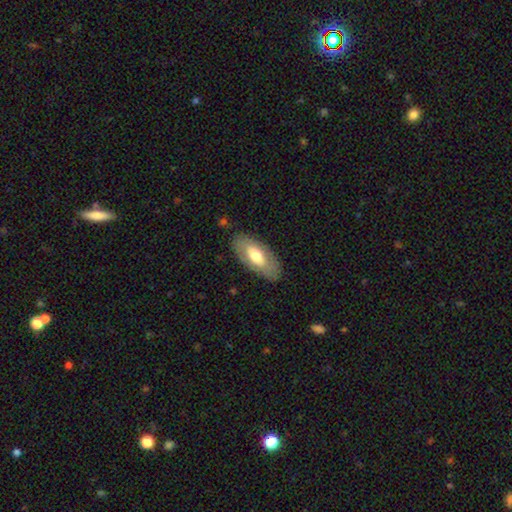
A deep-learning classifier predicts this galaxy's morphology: Smooth or featured? Predicted: smooth (p=0.60). How rounded? Predicted: in between (p=0.88). Merging? Predicted: none (p=0.83).